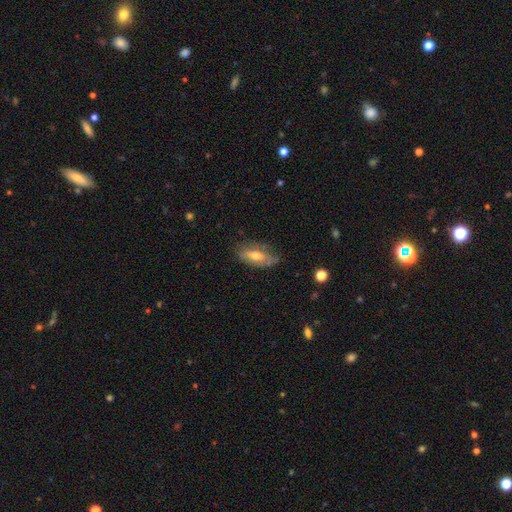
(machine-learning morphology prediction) Overall: smooth (51%; featured or disk 42%). How rounded: in between (83%). Merging: none (61%; minor disturbance 28%).